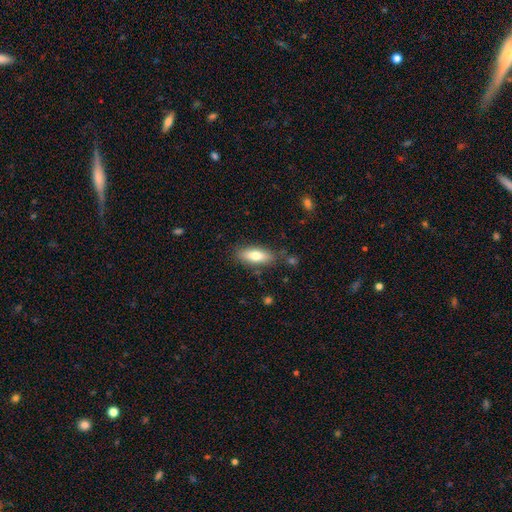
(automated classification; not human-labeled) smooth-or-featured: smooth: 74% | featured or disk: 19% | star or artifact: 7%
  how-rounded: in between: 73% | cigar-shaped: 24% | round: 3%
  merging: none: 81% | minor disturbance: 13% | major disturbance: 3% | merger: 3%